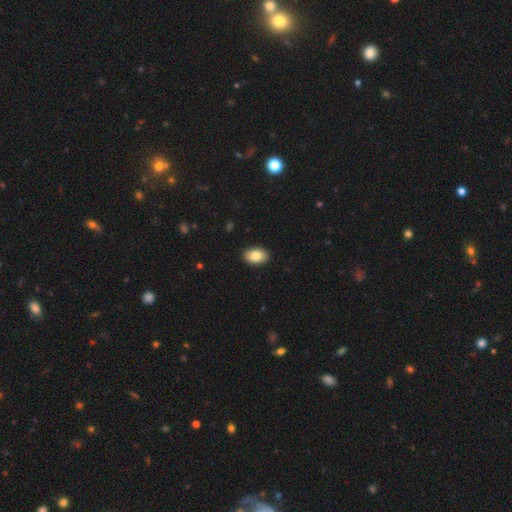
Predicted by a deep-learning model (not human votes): Smooth or featured? smooth (84%)
How rounded? in between (90%)
Merging? none (91%)